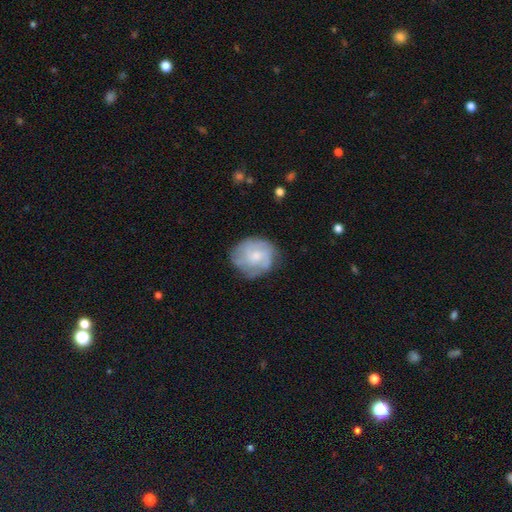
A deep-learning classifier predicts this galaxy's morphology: The model was most divided on "bulge size": moderate: 44%, small: 41%, none: 9%, large: 5%, dominant: 1%. More confident: edge-on disk — no (98%); bar — no (71%); spiral arms — yes (68%); merging — none (66%); smooth or featured — featured or disk (51%).